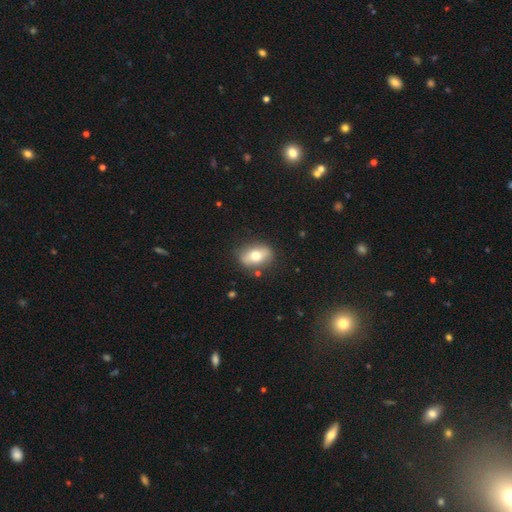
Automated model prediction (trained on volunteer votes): Morphology: type=smooth (64%); roundness=in between (79%); merging=none (82%).